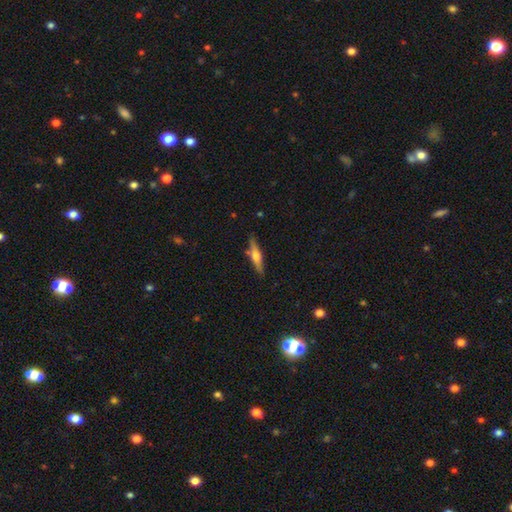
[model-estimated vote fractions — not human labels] Overall: featured or disk (56%; smooth 38%). Edge-on disk: yes (95%). Edge-on bulge: rounded (86%). Merging: none (84%).